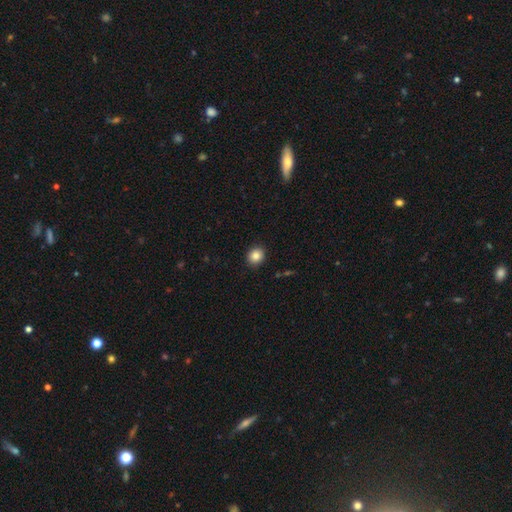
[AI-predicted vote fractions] Morphology: type=smooth (85%); roundness=round (69%); merging=none (91%).